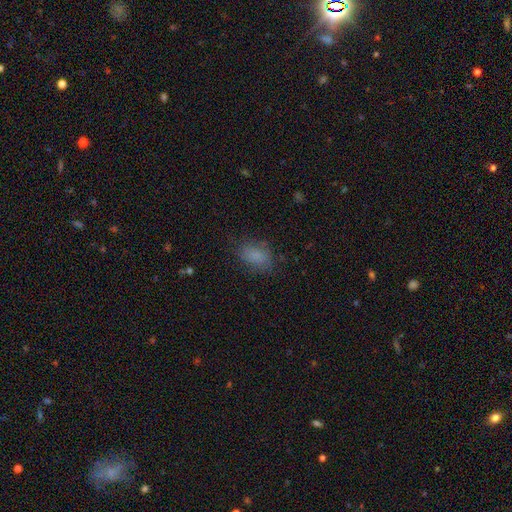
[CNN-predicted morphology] This is clearly a smooth galaxy (82%). How rounded: clearly in between (84%). Merging: likely none (75%).